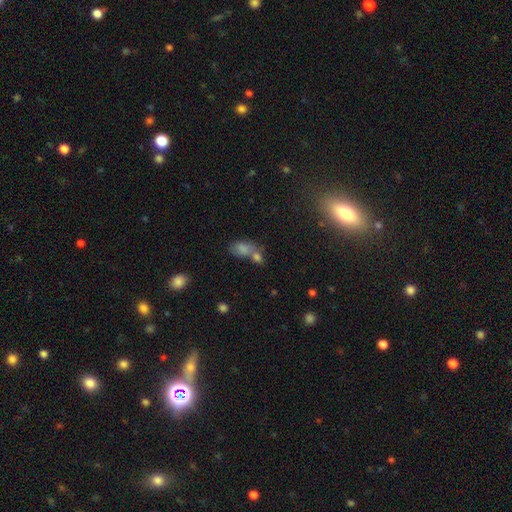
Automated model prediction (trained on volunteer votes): Overall: smooth (62%; star or artifact 24%). How rounded: in between (73%). Merging: merger (41%, tied with none).